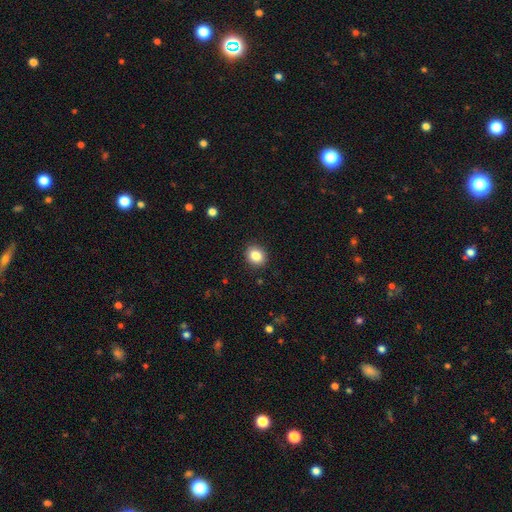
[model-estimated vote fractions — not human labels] This appears to be a smooth galaxy with no disk features (86%) that is round (65%). Merging: none (90%).